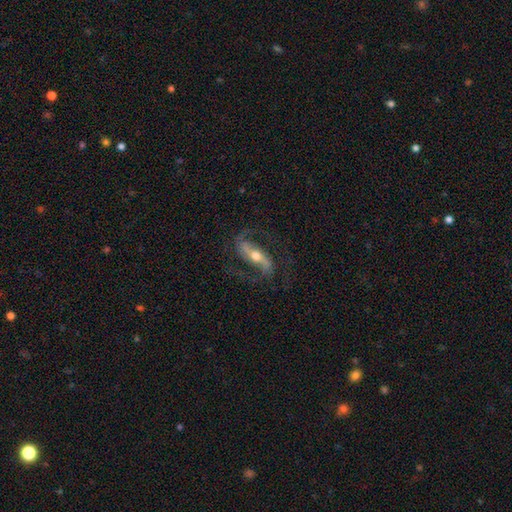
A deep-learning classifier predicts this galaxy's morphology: A featured or disk galaxy (86%) with a strong bar (59%), 2 (92%) medium (48%) spiral arms (96%) and a moderate central bulge (62%). Merging: none (75%).